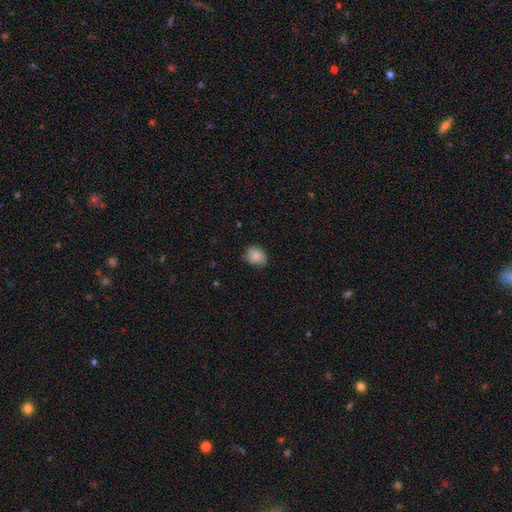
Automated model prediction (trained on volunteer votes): Smooth or featured: smooth — 86% (star or artifact — 8%)
How rounded: round — 52% (in between — 47%)
Merging: none — 71% (minor disturbance — 24%)